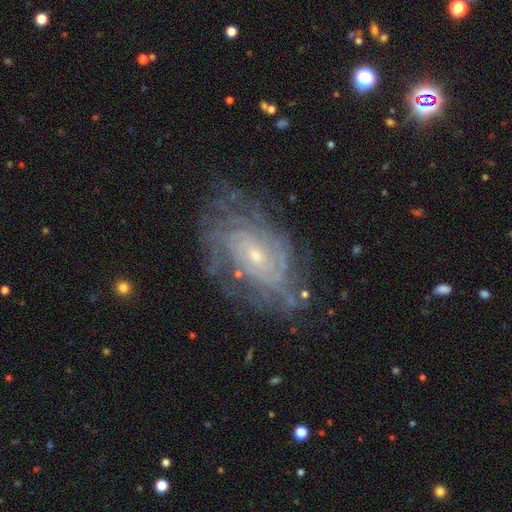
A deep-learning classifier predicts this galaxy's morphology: Smooth or featured?
  - featured or disk: 83% *
  - smooth: 9%
  - star or artifact: 8%
Edge-on disk?
  - no: 96% *
  - yes: 4%
Bar?
  - no: 67% *
  - weak: 27%
  - strong: 6%
Spiral arms?
  - yes: 92% *
  - no: 8%
Spiral winding?
  - tight: 69% *
  - medium: 24%
  - loose: 7%
Spiral arm count?
  - can't tell: 48% *
  - 4: 14%
  - more than 4: 13%
  - 2: 11%
  - 3: 10%
  - 1: 6%
Bulge size?
  - small: 77% *
  - moderate: 19%
  - none: 2%
  - large: 1%
  - dominant: 1%
Merging?
  - none: 72% *
  - minor disturbance: 18%
  - major disturbance: 8%
  - merger: 2%